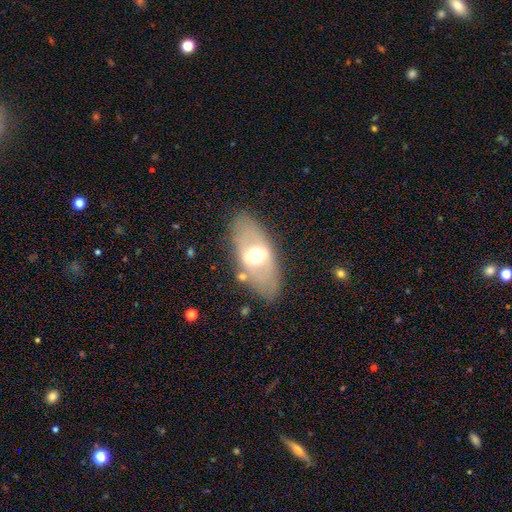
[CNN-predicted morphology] Overall: featured or disk (52%; smooth 41%). Edge-on disk: no (76%). Merging: none (80%).